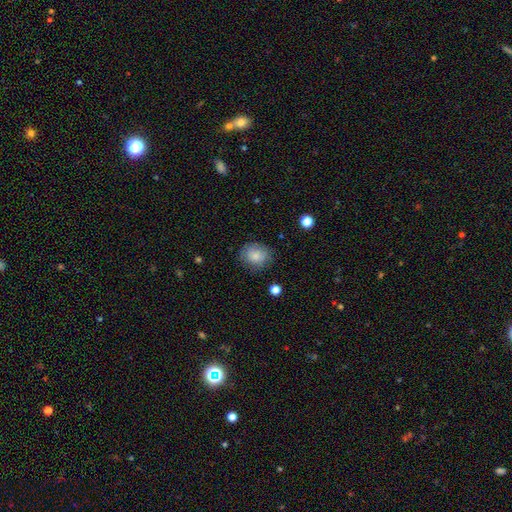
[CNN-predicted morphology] Smooth or featured? Predicted: smooth (p=0.81). How rounded? Predicted: round (p=0.69). Merging? Predicted: none (p=0.76).